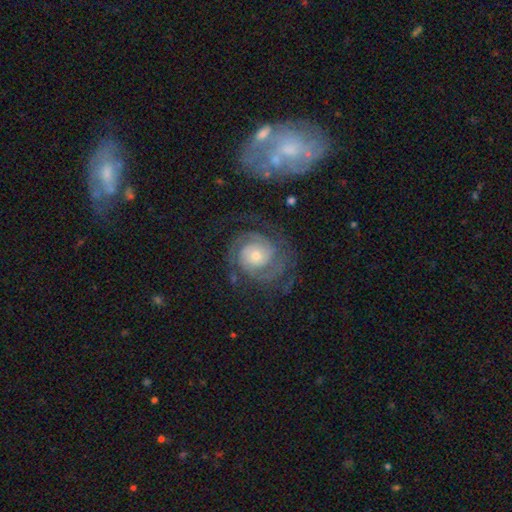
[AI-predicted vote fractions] Q: Smooth or featured?
A: featured or disk (86%); runner-up: smooth (9%)
Q: Edge-on disk?
A: no (98%); runner-up: yes (2%)
Q: Bar?
A: no (74%); runner-up: weak (21%)
Q: Spiral arms?
A: yes (96%); runner-up: no (4%)
Q: Spiral winding?
A: tight (67%); runner-up: medium (27%)
Q: Spiral arm count?
A: 2 (58%); runner-up: can't tell (16%)
Q: Bulge size?
A: small (51%); runner-up: moderate (41%)
Q: Merging?
A: none (73%); runner-up: minor disturbance (14%)